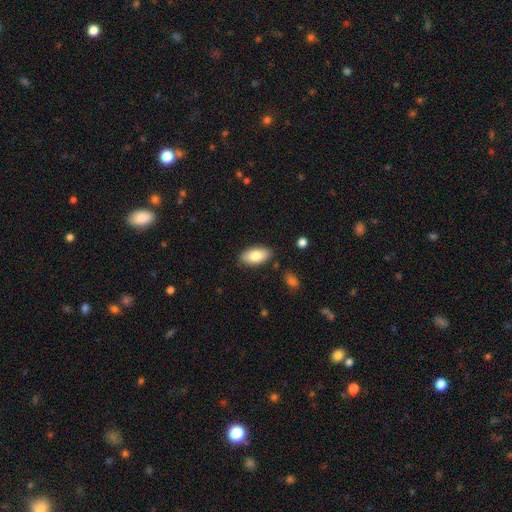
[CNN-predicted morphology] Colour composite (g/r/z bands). It shows a smooth galaxy with no disk features (80%) that is in between round and cigar-shaped (93%). Merging: none (85%).